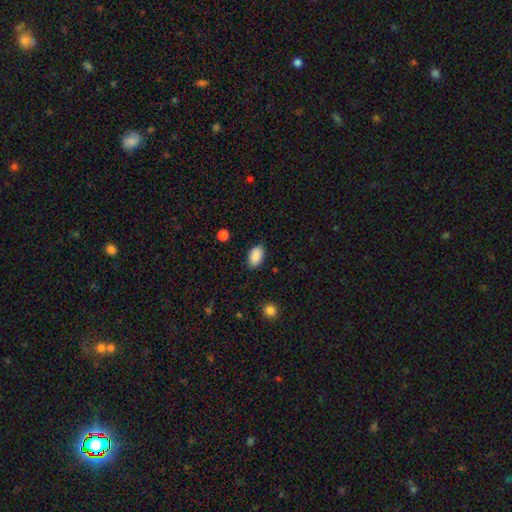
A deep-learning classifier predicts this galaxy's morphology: Q: Smooth or featured?
A: smooth (90%); runner-up: star or artifact (7%)
Q: How rounded?
A: in between (91%); runner-up: round (7%)
Q: Merging?
A: none (86%); runner-up: minor disturbance (10%)